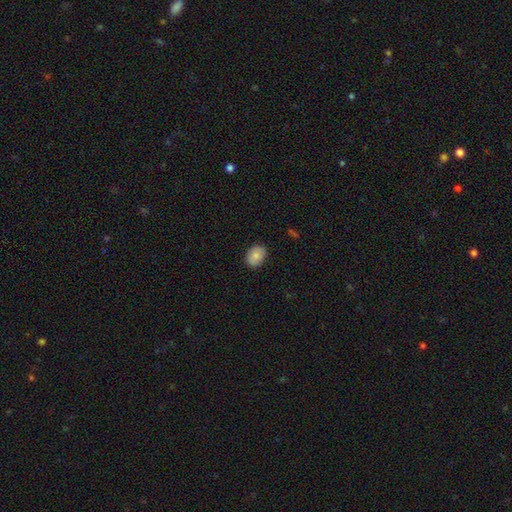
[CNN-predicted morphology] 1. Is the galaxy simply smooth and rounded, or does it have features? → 84% smooth, 9% featured or disk, 7% star or artifact.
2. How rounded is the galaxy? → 70% in between, 29% round, 1% cigar-shaped.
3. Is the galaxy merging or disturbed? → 86% none, 11% minor disturbance, 2% major disturbance, 1% merger.